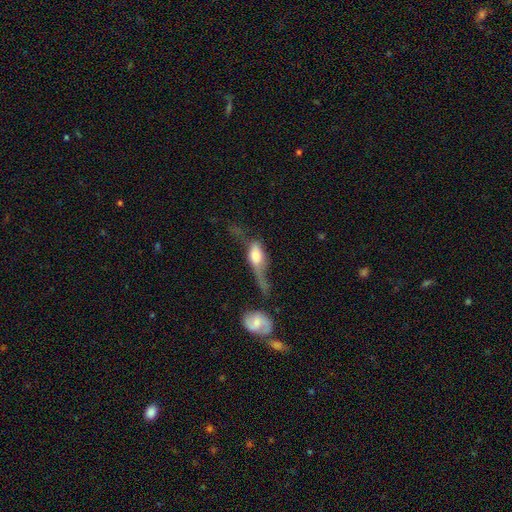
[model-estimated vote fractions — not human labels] Smooth or featured? smooth (49%)
Merging? major disturbance (42%)